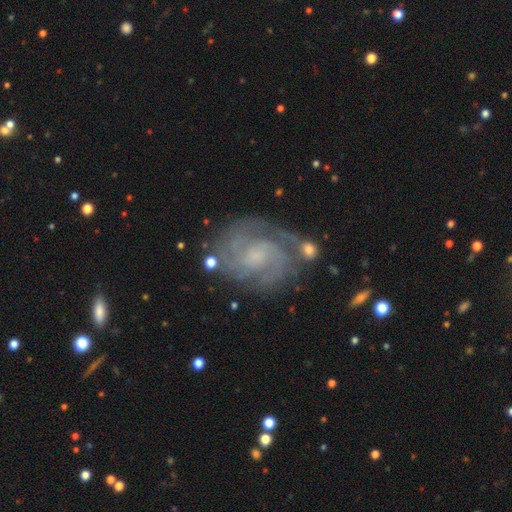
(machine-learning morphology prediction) smooth-or-featured: featured or disk: 87% | star or artifact: 6% | smooth: 6%
  disk-edge-on: no: 98% | yes: 2%
    bar: no: 55% | weak: 37% | strong: 7%
    has-spiral-arms: yes: 97% | no: 3%
      spiral-winding: tight: 57% | medium: 36% | loose: 7%
      spiral-arm-count: 2: 57% | 3: 15% | can't tell: 14% | 4: 5% | 1: 4% | more than 4: 4%
    bulge-size: small: 56% | moderate: 20% | none: 20% | large: 3% | dominant: 1%
  merging: none: 72% | minor disturbance: 16% | major disturbance: 7% | merger: 5%